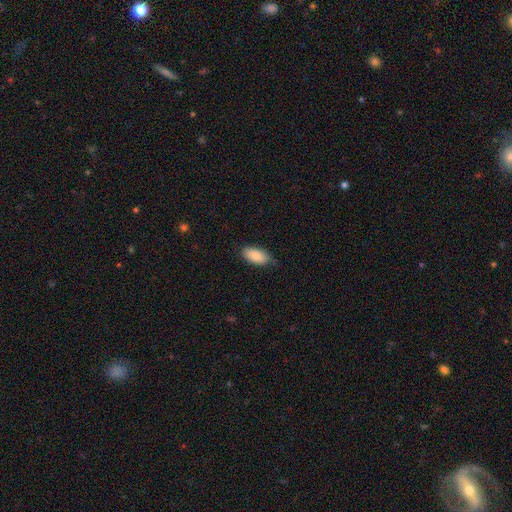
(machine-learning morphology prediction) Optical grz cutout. It shows a smooth galaxy with no disk features (87%) that is in between round and cigar-shaped (93%). Merging: none (83%).